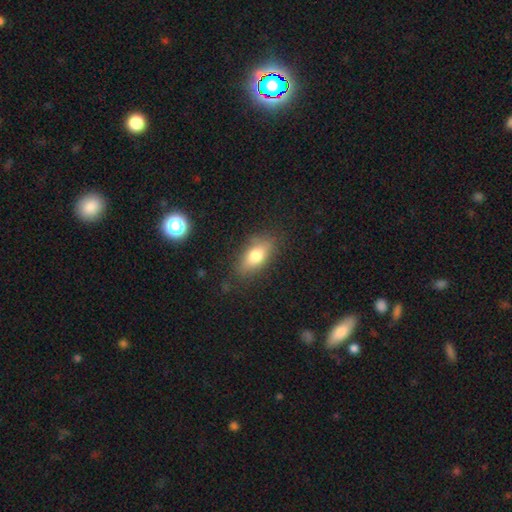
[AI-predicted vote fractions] A smooth galaxy with no disk features (75%) that is in between round and cigar-shaped (83%).

Vote fractions:
- Smooth or featured? smooth: 75% / featured or disk: 17% / star or artifact: 8%
- How rounded? in between: 83% / cigar-shaped: 11% / round: 6%
- Merging? none: 79% / minor disturbance: 15% / major disturbance: 4% / merger: 2%